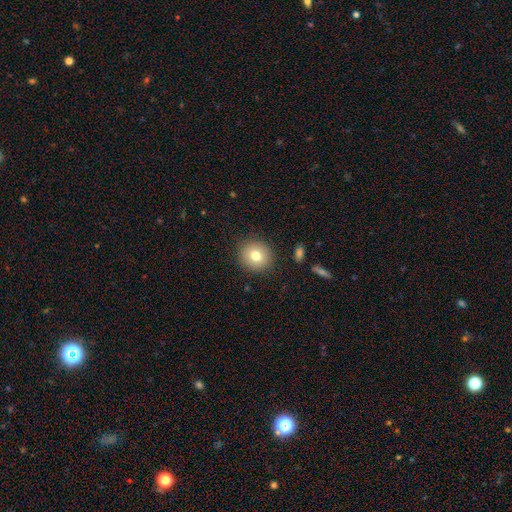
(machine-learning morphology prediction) Smooth or featured? Predicted: smooth (p=0.77). How rounded? Predicted: round (p=0.86). Merging? Predicted: none (p=0.89).